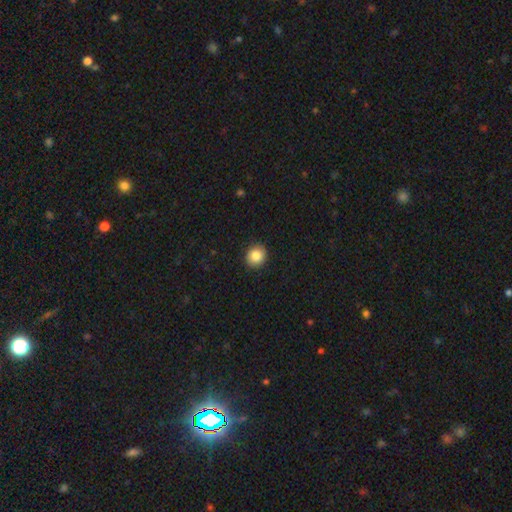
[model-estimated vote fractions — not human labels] Smooth or featured? Predicted: smooth (p=0.85). How rounded? Predicted: round (p=0.86). Merging? Predicted: none (p=0.91).